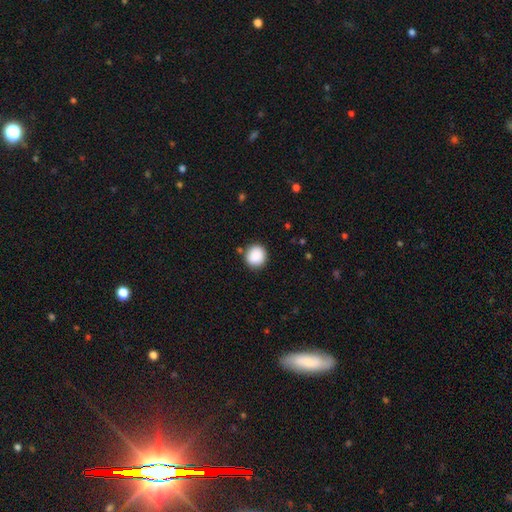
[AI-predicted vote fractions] smooth-or-featured: smooth: 89% | star or artifact: 8% | featured or disk: 3%
  how-rounded: round: 90% | in between: 9% | cigar-shaped: 1%
  merging: none: 87% | minor disturbance: 8% | major disturbance: 3% | merger: 2%